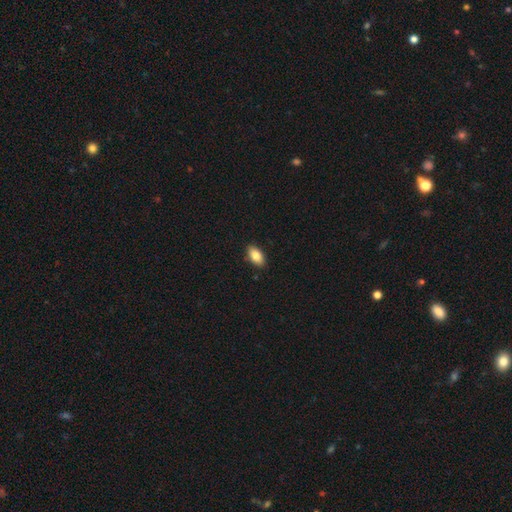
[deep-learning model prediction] The model was most divided on "smooth or featured": smooth: 84%, featured or disk: 9%, star or artifact: 7%. More confident: how rounded — in between (93%); merging — none (88%).